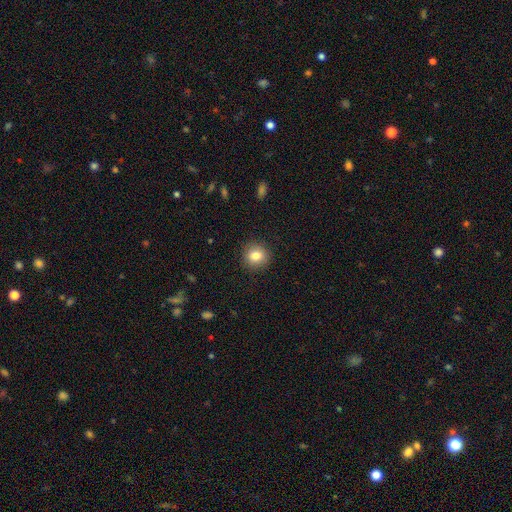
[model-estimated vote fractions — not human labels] This is clearly a smooth galaxy (82%). How rounded: clearly round (86%). Merging: clearly none (90%).